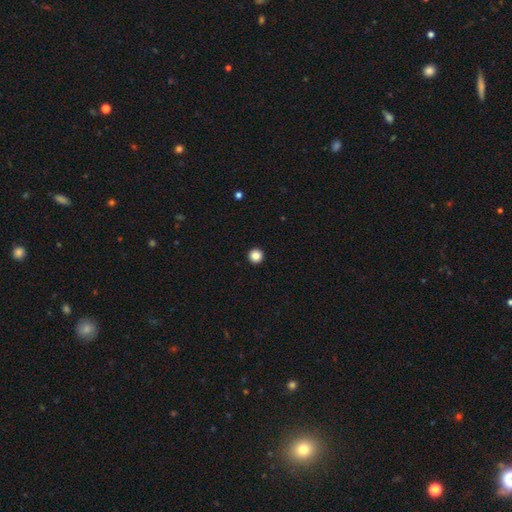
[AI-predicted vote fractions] smooth-or-featured: smooth: 85% | star or artifact: 10% | featured or disk: 4%
  how-rounded: round: 96% | in between: 3% | cigar-shaped: 1%
  merging: none: 95% | minor disturbance: 3% | major disturbance: 1% | merger: 1%